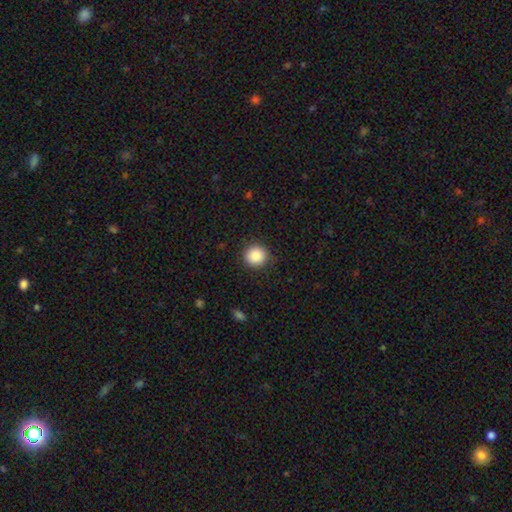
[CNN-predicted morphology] Smooth or featured?
  - smooth: 87% *
  - star or artifact: 9%
  - featured or disk: 4%
How rounded?
  - round: 92% *
  - in between: 7%
  - cigar-shaped: 1%
Merging?
  - none: 90% *
  - minor disturbance: 7%
  - major disturbance: 2%
  - merger: 1%